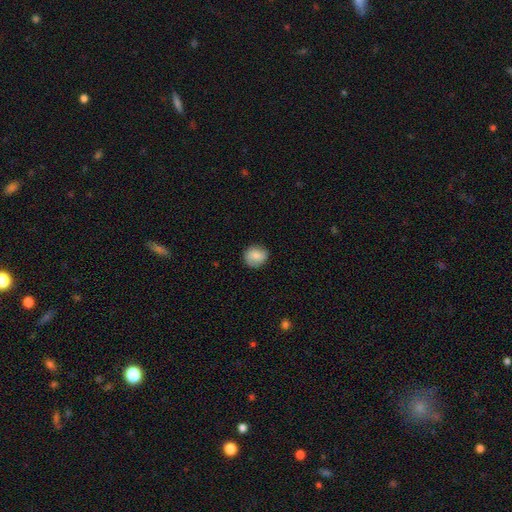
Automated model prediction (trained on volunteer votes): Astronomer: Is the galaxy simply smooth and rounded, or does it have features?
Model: smooth — 81%.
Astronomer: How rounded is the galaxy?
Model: round — 81%.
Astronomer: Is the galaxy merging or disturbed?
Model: none — 83%.